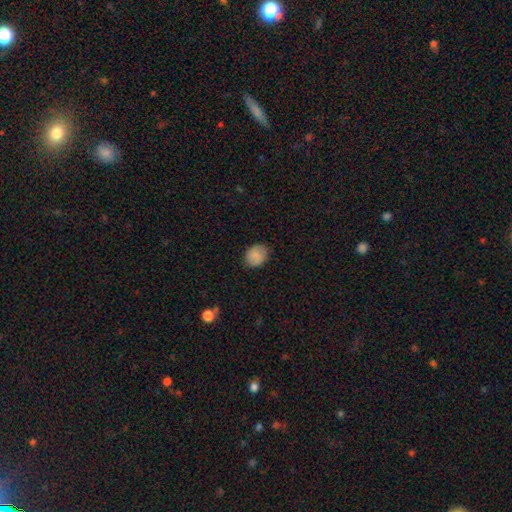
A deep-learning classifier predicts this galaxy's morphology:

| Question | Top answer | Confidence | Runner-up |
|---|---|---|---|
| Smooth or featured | smooth | 85% | star or artifact (8%) |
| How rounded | round | 54% | in between (45%) |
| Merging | none | 80% | minor disturbance (16%) |